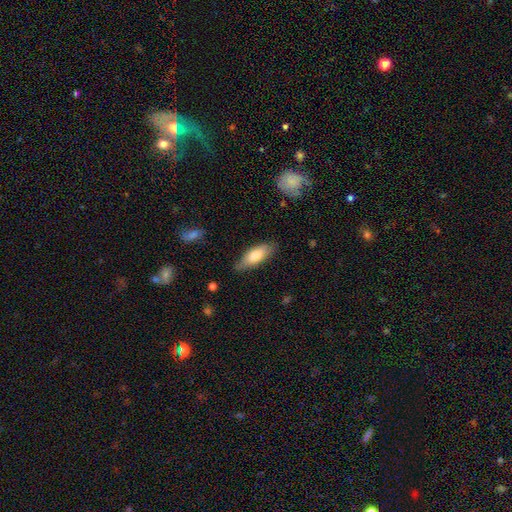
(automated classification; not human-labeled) Smooth or featured?
  - smooth: 73% *
  - featured or disk: 21%
  - star or artifact: 6%
How rounded?
  - in between: 66% *
  - cigar-shaped: 32%
  - round: 2%
Merging?
  - none: 79% *
  - minor disturbance: 16%
  - major disturbance: 3%
  - merger: 1%